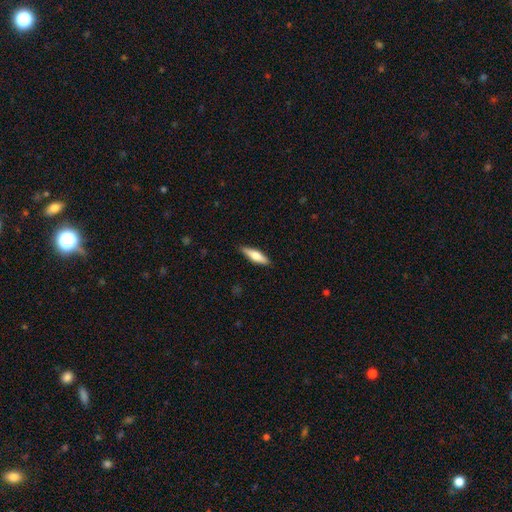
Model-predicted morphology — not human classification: Smooth or featured? Predicted: smooth (p=0.61). How rounded? Predicted: cigar-shaped (p=0.65). Merging? Predicted: none (p=0.88).